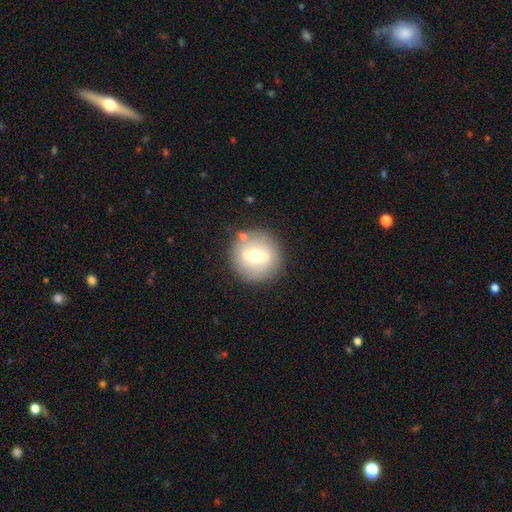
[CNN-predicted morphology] Smooth or featured: smooth — 49% (featured or disk — 43%)
Merging: none — 82% (minor disturbance — 10%)